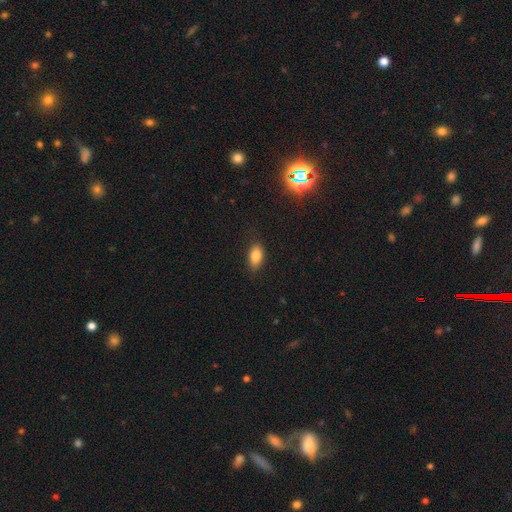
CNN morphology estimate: smooth 82%, star or artifact 9%, featured or disk 8%. Down the decision tree: how rounded — in between (89%); merging — none (84%).